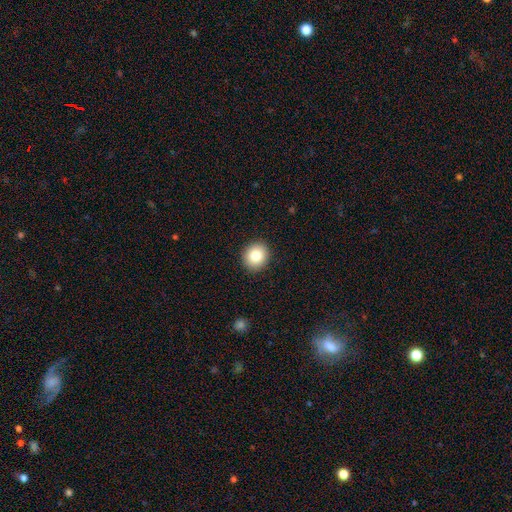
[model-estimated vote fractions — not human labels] Smooth or featured: smooth — 82% (star or artifact — 9%)
How rounded: round — 79% (in between — 20%)
Merging: none — 91% (minor disturbance — 6%)